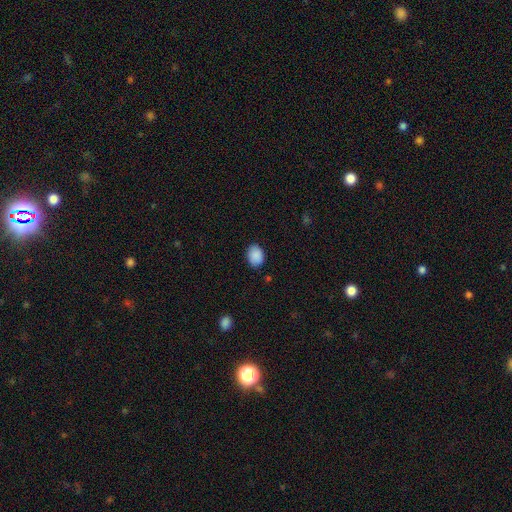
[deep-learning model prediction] A smooth galaxy with no disk features (89%) that is in between round and cigar-shaped (68%). Merging: none (83%).